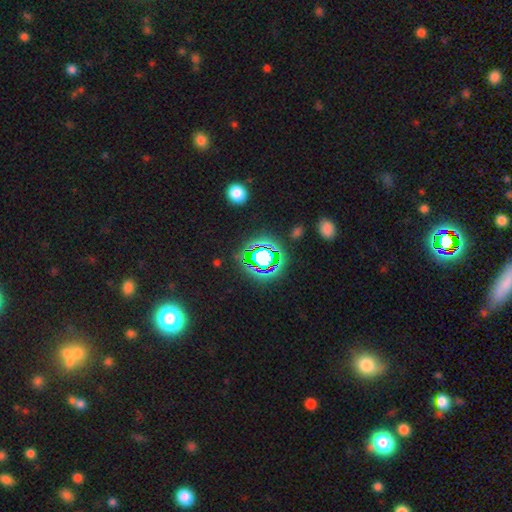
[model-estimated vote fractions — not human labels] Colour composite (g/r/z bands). It shows a star or artifact, not a galaxy (64%).